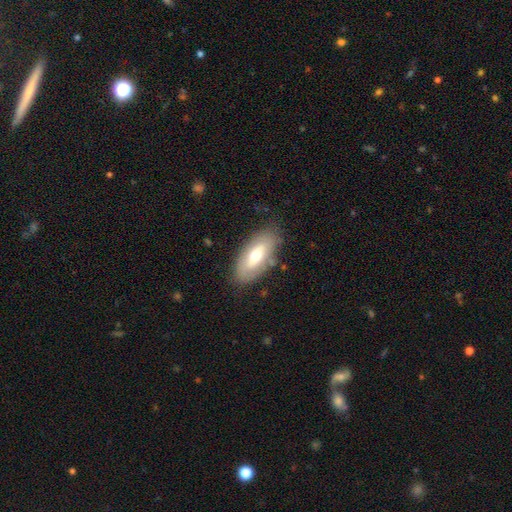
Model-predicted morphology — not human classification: The model was most divided on "smooth or featured": smooth: 57%, featured or disk: 37%, star or artifact: 6%. More confident: how rounded — in between (87%); merging — none (78%).